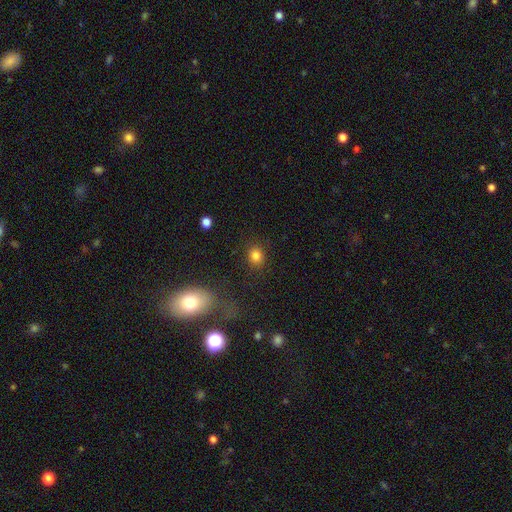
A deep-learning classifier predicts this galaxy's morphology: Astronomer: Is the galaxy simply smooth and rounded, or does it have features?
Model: smooth — 82%.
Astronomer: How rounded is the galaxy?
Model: round — 72%.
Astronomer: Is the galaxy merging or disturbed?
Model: none — 86%.